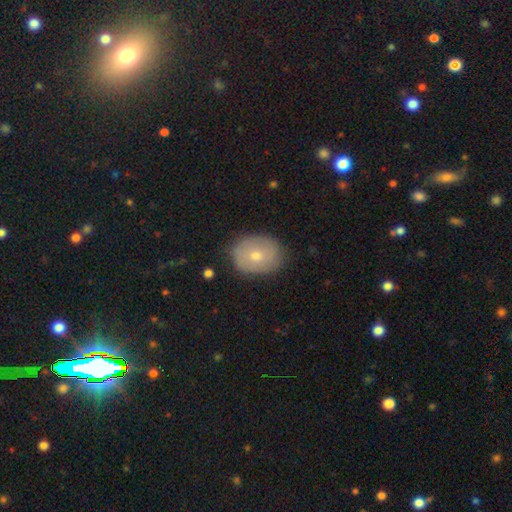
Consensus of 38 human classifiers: Smooth or featured? smooth (63%)
How rounded? round (67%)
Merging? none (73%)